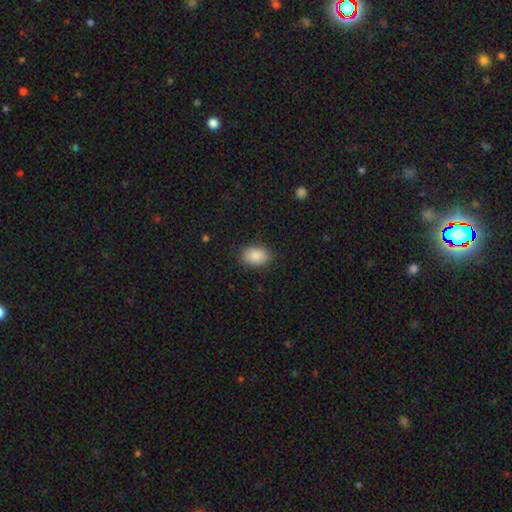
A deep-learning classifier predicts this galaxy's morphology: smooth-or-featured: smooth: 89% | star or artifact: 7% | featured or disk: 4%
  how-rounded: in between: 83% | round: 16% | cigar-shaped: 1%
  merging: none: 88% | minor disturbance: 9% | major disturbance: 3% | merger: 1%